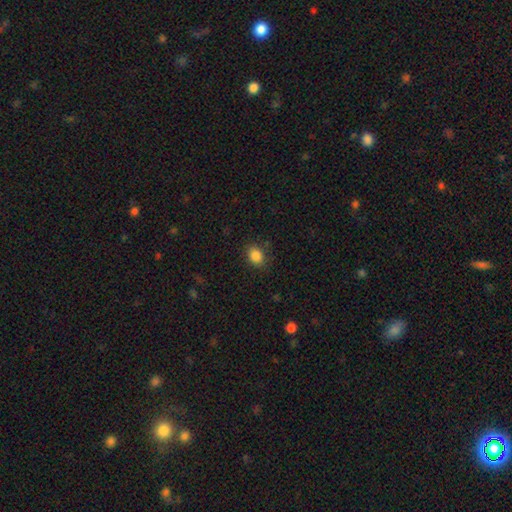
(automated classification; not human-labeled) This is clearly a smooth galaxy (86%). How rounded: possibly in between (59%). Merging: clearly none (84%).